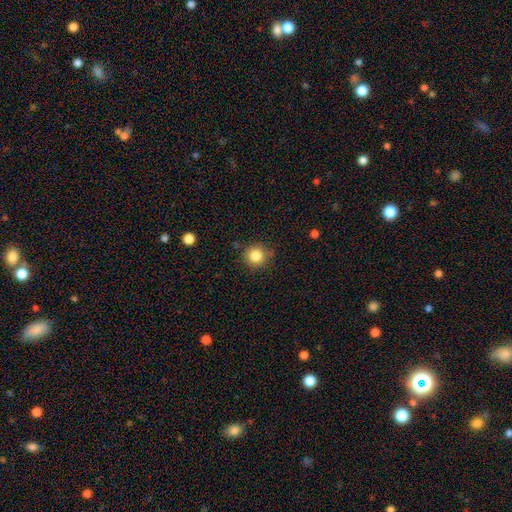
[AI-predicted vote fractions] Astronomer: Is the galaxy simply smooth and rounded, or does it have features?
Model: smooth — 83%.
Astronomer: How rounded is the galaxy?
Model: round — 93%.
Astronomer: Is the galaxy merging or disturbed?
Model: none — 83%.